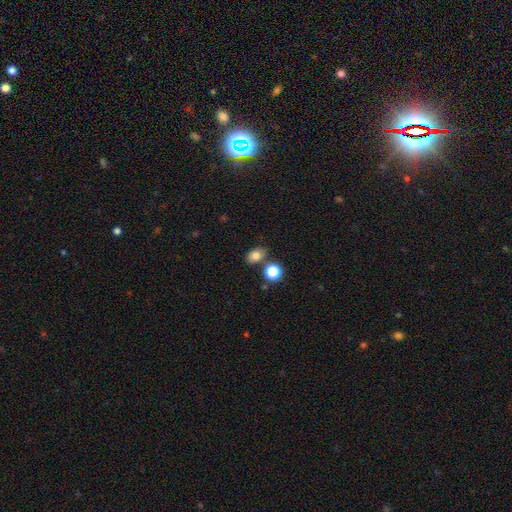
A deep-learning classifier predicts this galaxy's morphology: Overall: smooth (80%). How rounded: in between (71%). Merging: none (69%).